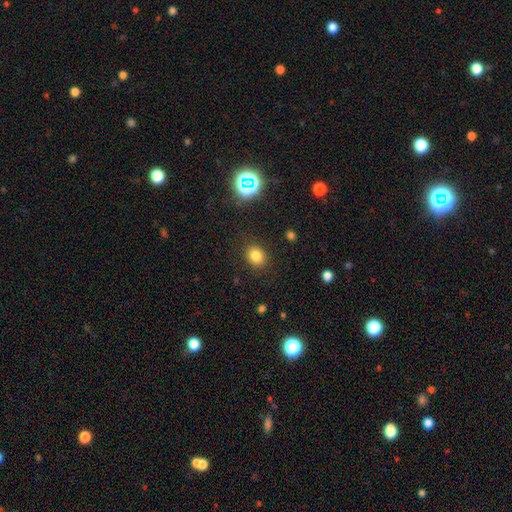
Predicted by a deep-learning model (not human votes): Overall: smooth (80%). How rounded: round (57%; in between 42%). Merging: none (87%).